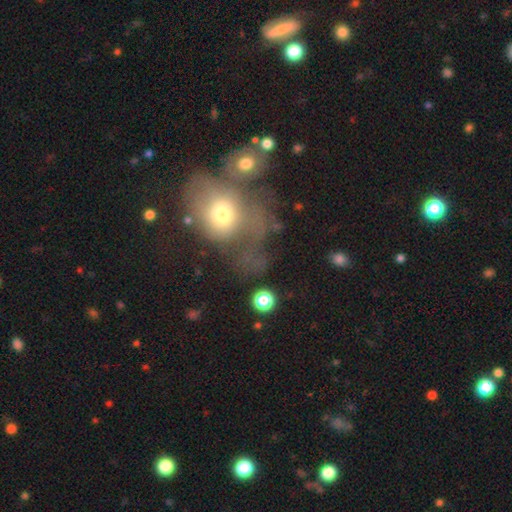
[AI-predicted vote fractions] Overall: smooth (53%; featured or disk 28%). How rounded: round (54%; in between 44%). Merging: major disturbance (36%; none 26%).